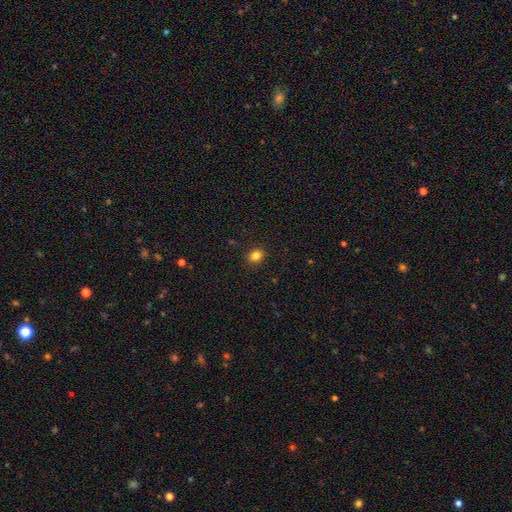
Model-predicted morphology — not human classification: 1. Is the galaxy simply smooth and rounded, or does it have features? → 83% smooth, 12% star or artifact, 5% featured or disk.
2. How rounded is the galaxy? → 63% round, 36% in between, 1% cigar-shaped.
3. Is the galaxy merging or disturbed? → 90% none, 7% minor disturbance, 2% major disturbance, 1% merger.